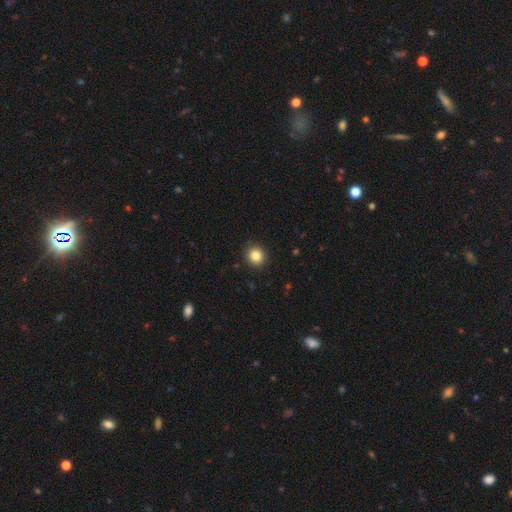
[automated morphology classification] Smooth or featured? smooth (84%)
How rounded? round (86%)
Merging? none (91%)